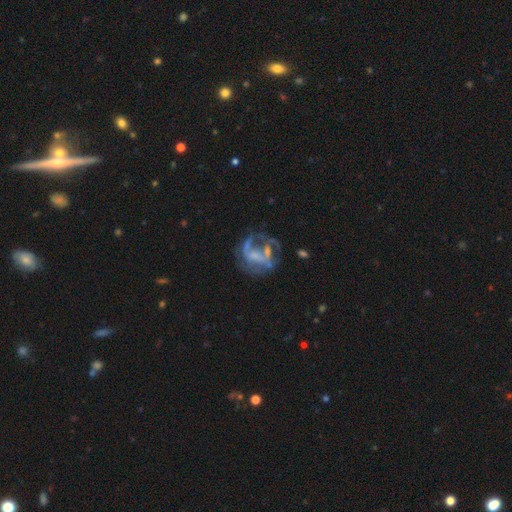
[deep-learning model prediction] Smooth or featured? featured or disk (74%)
Edge-on disk? no (98%)
Bar? no (47%)
Spiral arms? yes (63%)
Bulge size? none (44%)
Merging? none (40%)